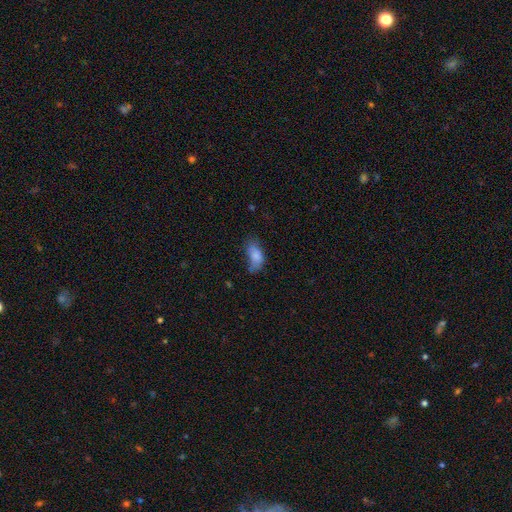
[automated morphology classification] Smooth or featured? Predicted: smooth (p=0.77). How rounded? Predicted: in between (p=0.90). Merging? Predicted: minor disturbance (p=0.35).